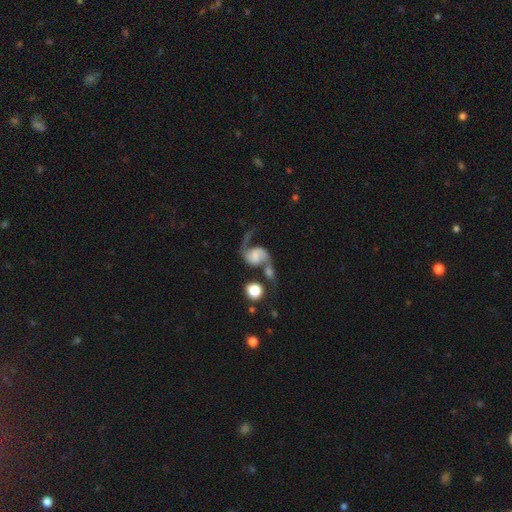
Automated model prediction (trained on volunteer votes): The model was most divided on "bulge size": none: 36%, small: 27%, moderate: 22%, large: 12%, dominant: 4%. Remaining: edge-on disk — no (98%); spiral arms — yes (96%); spiral arm count — 2 (91%); smooth or featured — featured or disk (85%); spiral winding — loose (63%); bar — no (51%); merging — none (43%).